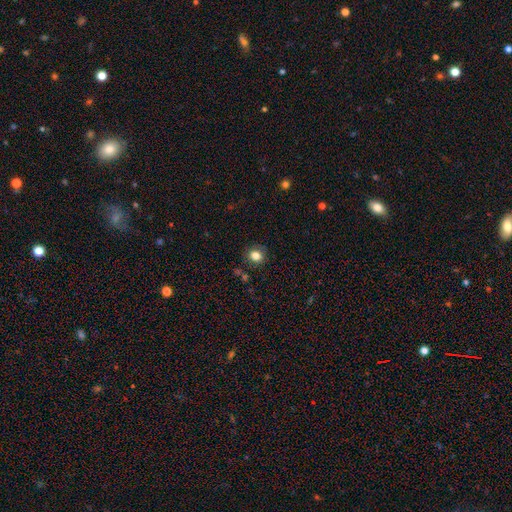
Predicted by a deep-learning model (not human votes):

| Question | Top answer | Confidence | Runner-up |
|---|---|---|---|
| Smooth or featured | smooth | 82% | star or artifact (11%) |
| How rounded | round | 69% | in between (30%) |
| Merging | none | 84% | minor disturbance (11%) |